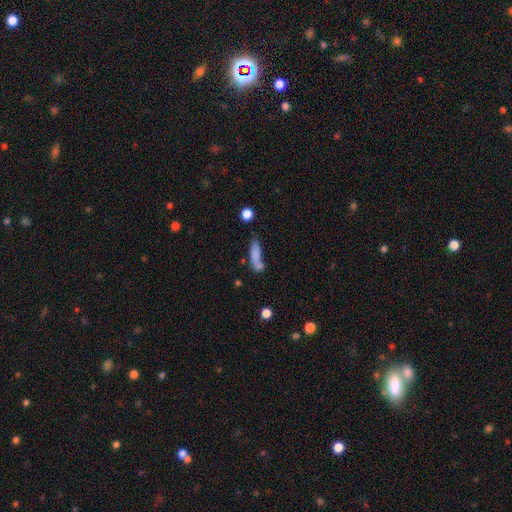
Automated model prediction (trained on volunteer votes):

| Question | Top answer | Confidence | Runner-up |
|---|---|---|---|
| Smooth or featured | smooth | 75% | featured or disk (15%) |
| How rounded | cigar-shaped | 59% | in between (38%) |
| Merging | none | 44% | merger (25%) |